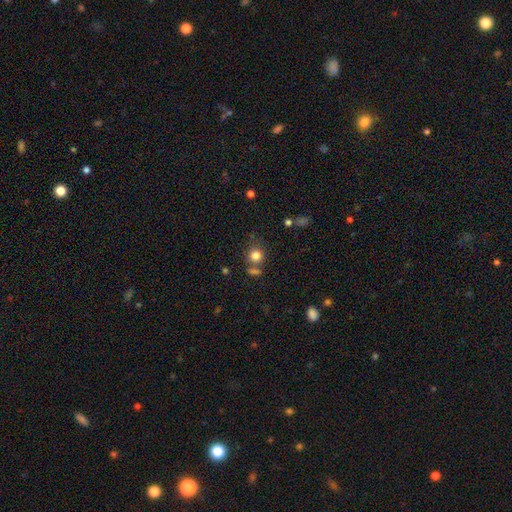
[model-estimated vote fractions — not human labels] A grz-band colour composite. It shows a smooth galaxy with no disk features (80%) that is round (85%). Merging: none (65%).